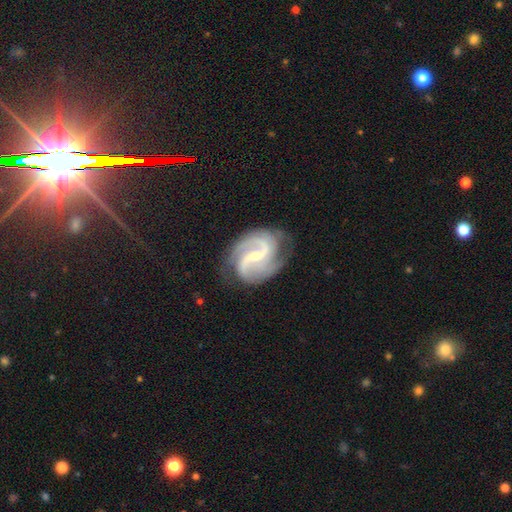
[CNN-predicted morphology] Smooth or featured: featured or disk — 92% (star or artifact — 5%)
Edge-on disk: no — 98% (yes — 2%)
Bar: weak — 48% (strong — 32%)
Spiral arms: yes — 98% (no — 2%)
Spiral winding: medium — 56% (loose — 26%)
Spiral arm count: 2 — 83% (3 — 8%)
Bulge size: small — 68% (moderate — 27%)
Merging: none — 76% (minor disturbance — 16%)